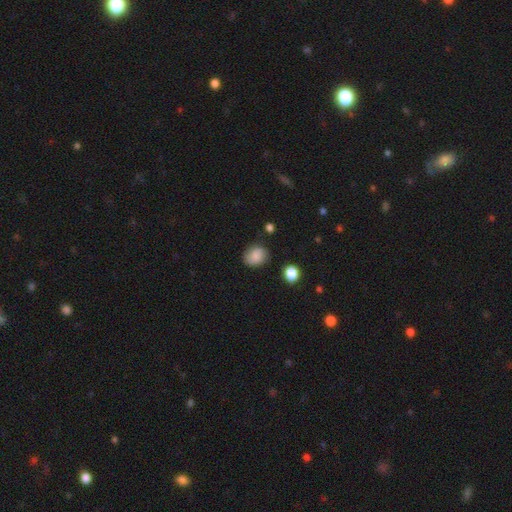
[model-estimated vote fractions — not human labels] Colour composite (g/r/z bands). It shows a smooth galaxy with no disk features (76%) that is round (55%). Merging: none (73%).